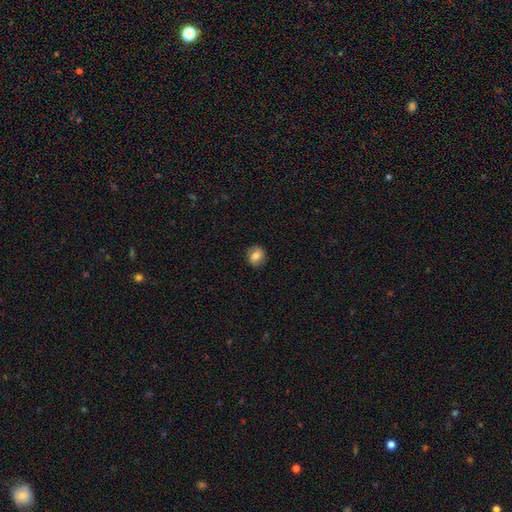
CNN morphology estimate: A smooth galaxy with no disk features (77%) that is round (80%).

Vote fractions:
- Smooth or featured? smooth: 77% / featured or disk: 14% / star or artifact: 9%
- How rounded? round: 80% / in between: 19% / cigar-shaped: 1%
- Merging? none: 87% / minor disturbance: 9% / major disturbance: 2% / merger: 1%